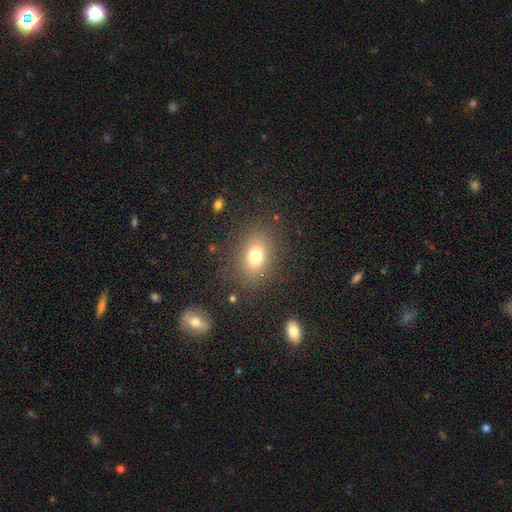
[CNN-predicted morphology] Overall: smooth (75%). How rounded: in between (66%; round 33%). Merging: none (84%).